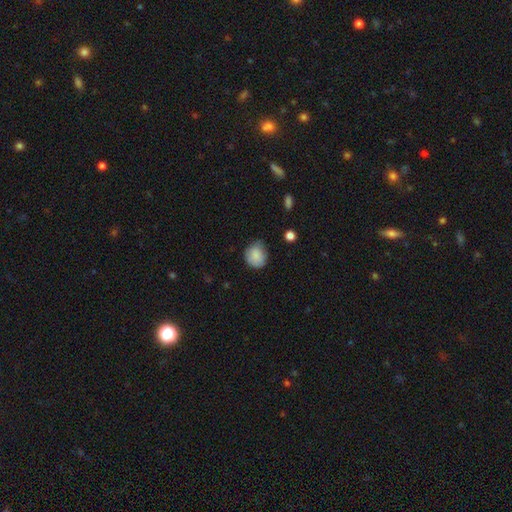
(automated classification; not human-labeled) Q: Smooth or featured?
A: smooth (83%); runner-up: featured or disk (9%)
Q: How rounded?
A: round (75%); runner-up: in between (24%)
Q: Merging?
A: none (65%); runner-up: minor disturbance (27%)